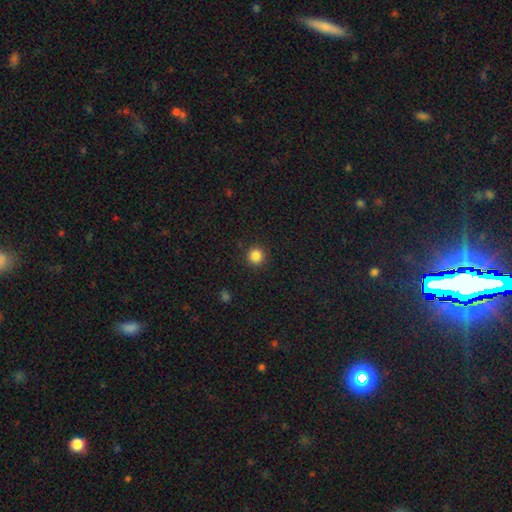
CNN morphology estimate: This appears to be a smooth galaxy with no disk features (85%) that is round (95%). Merging: none (92%).